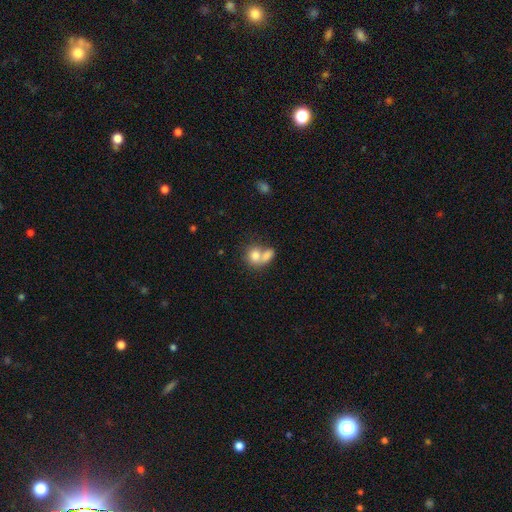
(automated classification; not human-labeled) This appears to be a smooth galaxy with no disk features (77%) that is round (51%). Merging: merger (64%).